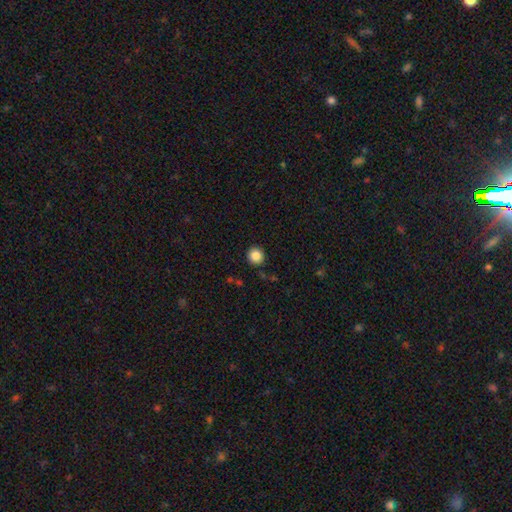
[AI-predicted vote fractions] Smooth or featured: smooth — 86% (star or artifact — 10%)
How rounded: round — 91% (in between — 8%)
Merging: none — 89% (minor disturbance — 7%)